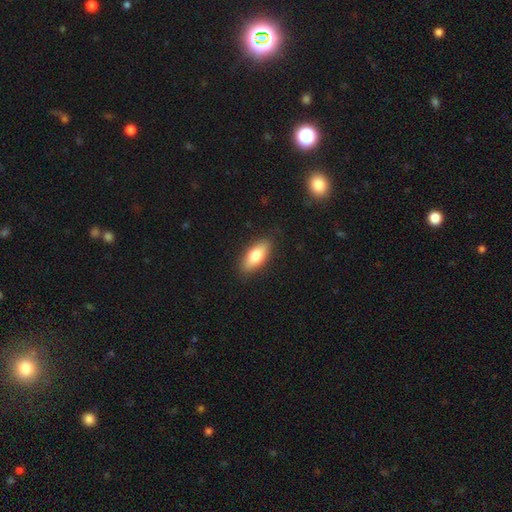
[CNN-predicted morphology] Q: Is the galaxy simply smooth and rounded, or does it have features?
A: smooth — 76%.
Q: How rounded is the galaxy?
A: in between — 80%.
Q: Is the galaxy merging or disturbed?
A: none — 88%.